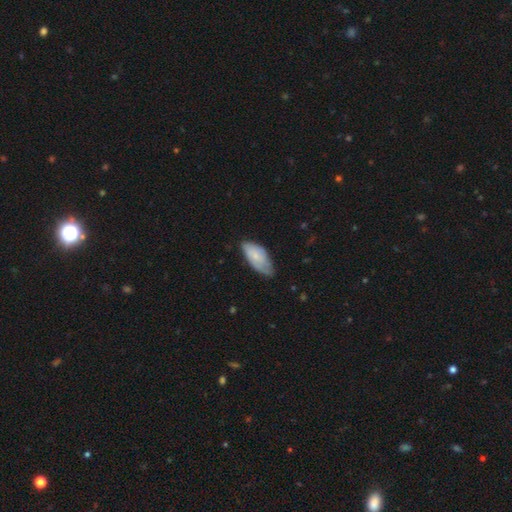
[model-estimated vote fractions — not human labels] smooth_or_featured: smooth (p=0.63) [alt: featured or disk p=0.31]
how_rounded: in between (p=0.90) [alt: cigar-shaped p=0.08]
merging: none (p=0.47) [alt: minor disturbance p=0.42]